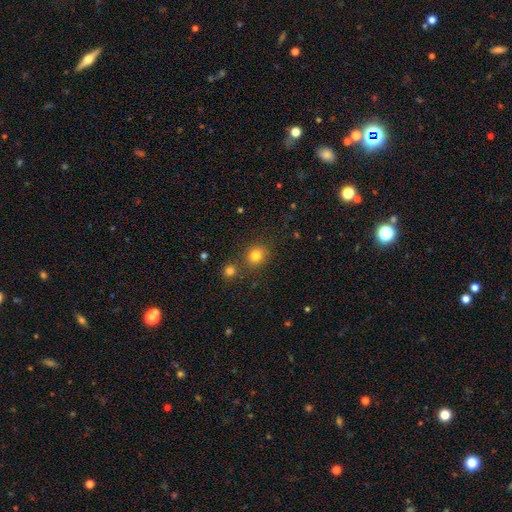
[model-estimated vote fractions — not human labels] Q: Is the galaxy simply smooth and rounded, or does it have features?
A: smooth — 78%.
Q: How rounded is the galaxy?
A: round — 77%.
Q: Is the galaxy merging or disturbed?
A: none — 73%.